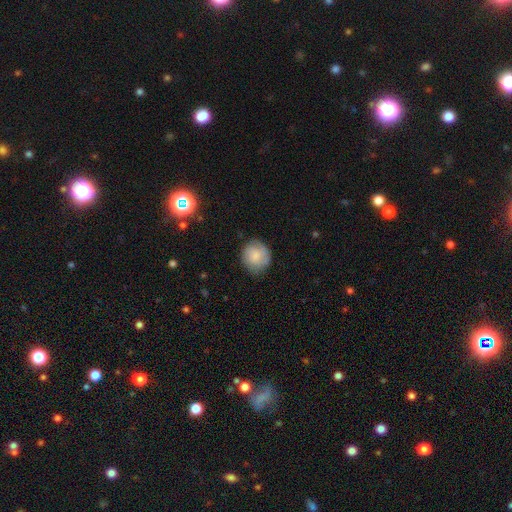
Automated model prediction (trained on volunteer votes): The model was most divided on "smooth or featured": smooth: 73%, featured or disk: 19%, star or artifact: 7%. More confident: how rounded — round (86%); merging — none (77%).